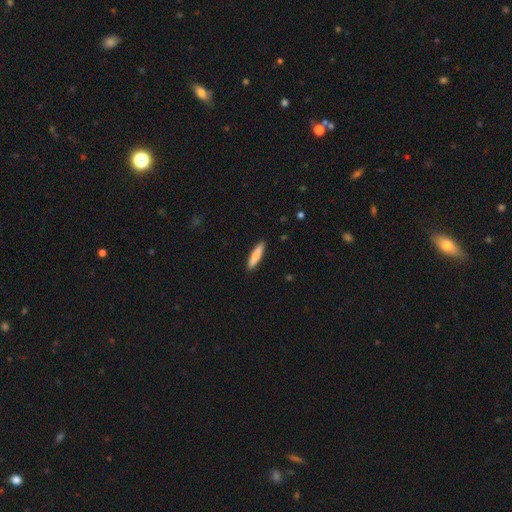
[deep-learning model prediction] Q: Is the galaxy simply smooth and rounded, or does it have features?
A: smooth — 79%.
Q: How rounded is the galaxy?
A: cigar-shaped — 83%.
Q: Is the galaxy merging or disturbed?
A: none — 91%.